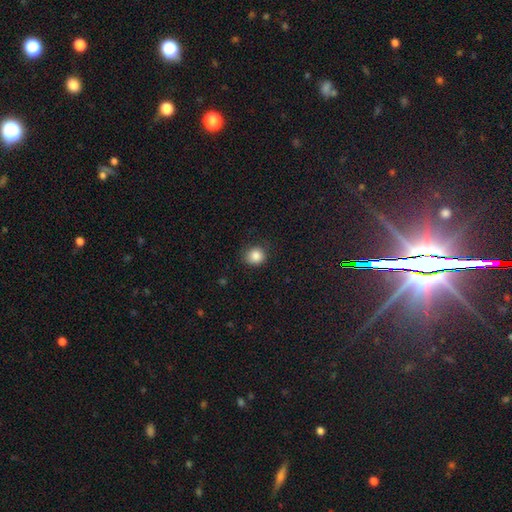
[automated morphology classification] Smooth or featured: smooth — 86% (star or artifact — 10%)
How rounded: round — 83% (in between — 16%)
Merging: none — 78% (minor disturbance — 17%)